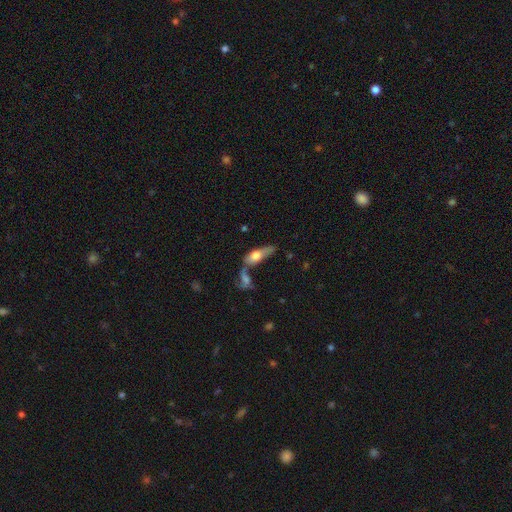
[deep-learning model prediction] smooth 58%, featured or disk 34%, star or artifact 7%. Down the decision tree: how rounded — in between (57%); merging — merger (37%).